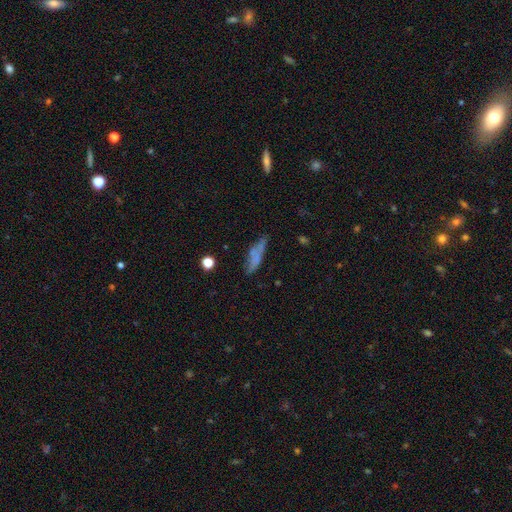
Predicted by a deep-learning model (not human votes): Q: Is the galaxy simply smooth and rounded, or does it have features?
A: smooth — 60%.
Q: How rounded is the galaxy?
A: cigar-shaped — 70%.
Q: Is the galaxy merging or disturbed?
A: none — 61%.